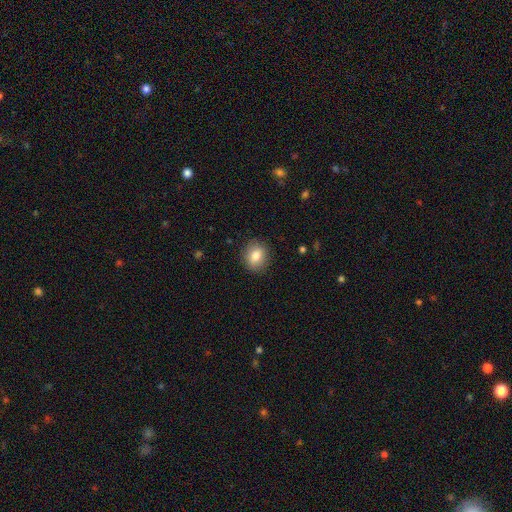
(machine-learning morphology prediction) smooth-or-featured: smooth: 81% | featured or disk: 9% | star or artifact: 9%
  how-rounded: round: 68% | in between: 31% | cigar-shaped: 1%
  merging: none: 89% | minor disturbance: 8% | major disturbance: 2% | merger: 1%